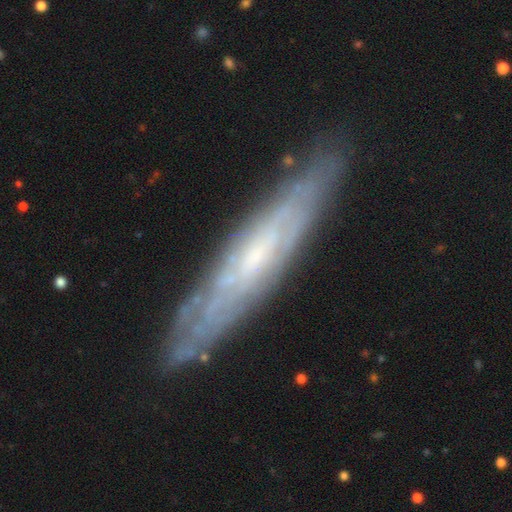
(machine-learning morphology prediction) The model was most divided on "edge-on disk": yes: 52%, no: 48%. More confident: merging — none (84%); smooth or featured — featured or disk (76%).